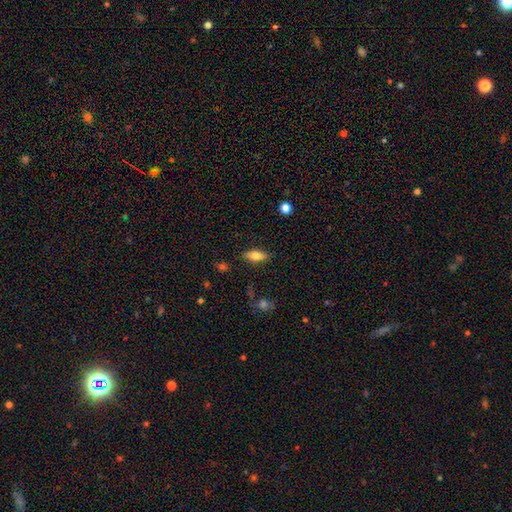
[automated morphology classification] This is likely a smooth galaxy (69%). How rounded: likely in between (75%). Merging: clearly none (84%).